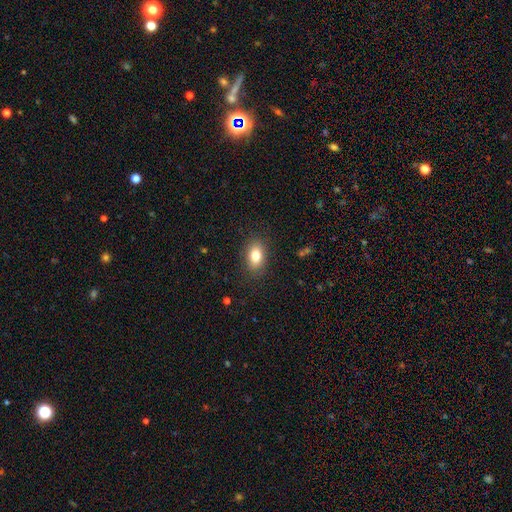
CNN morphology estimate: Smooth or featured? smooth (81%)
How rounded? in between (83%)
Merging? none (87%)